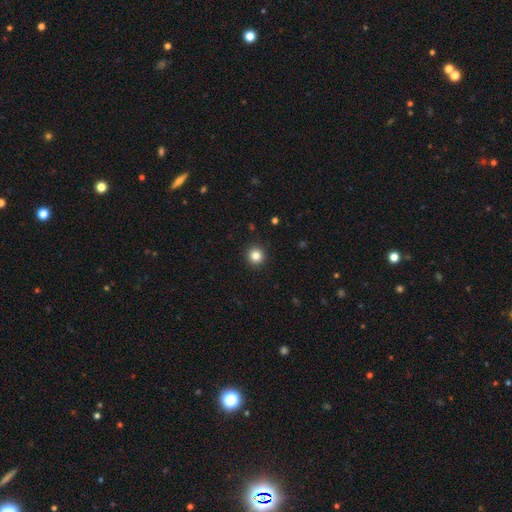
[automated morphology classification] Smooth or featured? smooth (84%)
How rounded? round (95%)
Merging? none (93%)